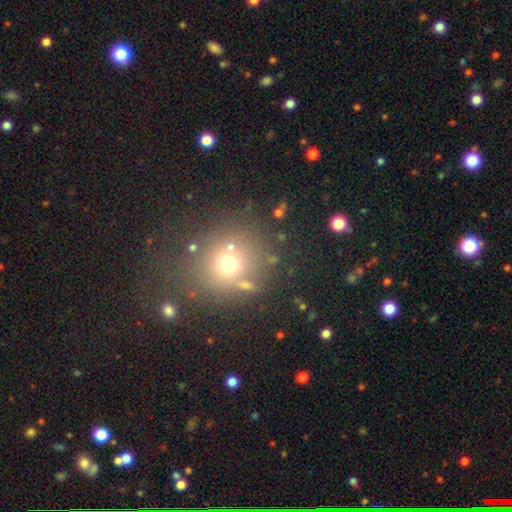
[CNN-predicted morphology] Smooth or featured?
  - smooth: 52% *
  - star or artifact: 35%
  - featured or disk: 13%
How rounded?
  - round: 79% *
  - in between: 19%
  - cigar-shaped: 2%
Merging?
  - none: 76% *
  - minor disturbance: 12%
  - major disturbance: 6%
  - merger: 6%